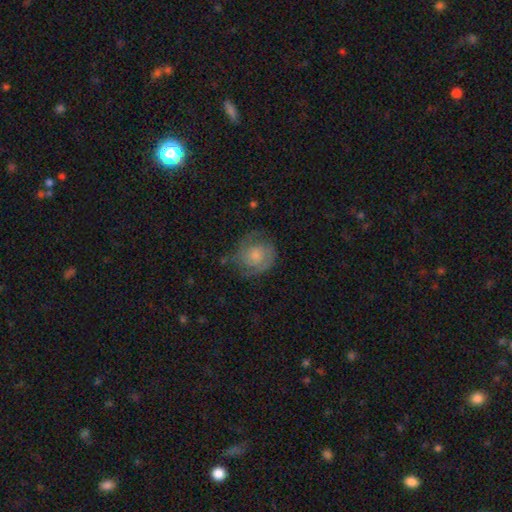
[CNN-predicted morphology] This is possibly a featured or disk galaxy (49%). Merging: possibly none (57%).